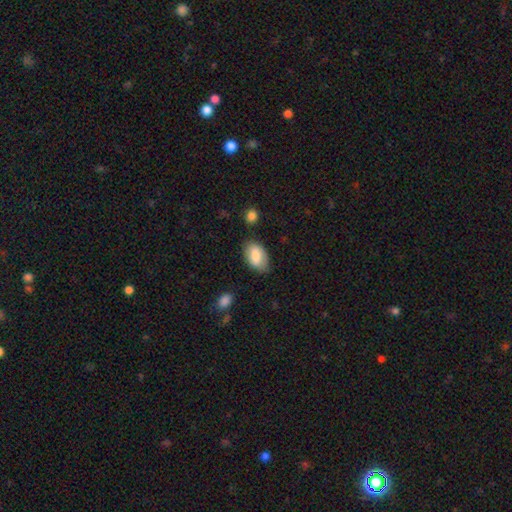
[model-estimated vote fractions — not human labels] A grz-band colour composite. It shows a smooth galaxy with no disk features (81%) that is in between round and cigar-shaped (93%). Merging: none (73%).